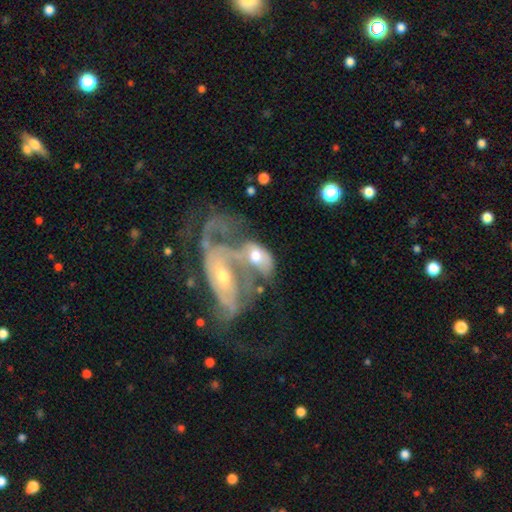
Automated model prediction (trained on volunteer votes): Smooth or featured? Predicted: featured or disk (p=0.63). Edge-on disk? Predicted: no (p=0.93). Bar? Predicted: no (p=0.71). Spiral arms? Predicted: yes (p=0.58). Bulge size? Predicted: moderate (p=0.55). Merging? Predicted: merger (p=0.73).